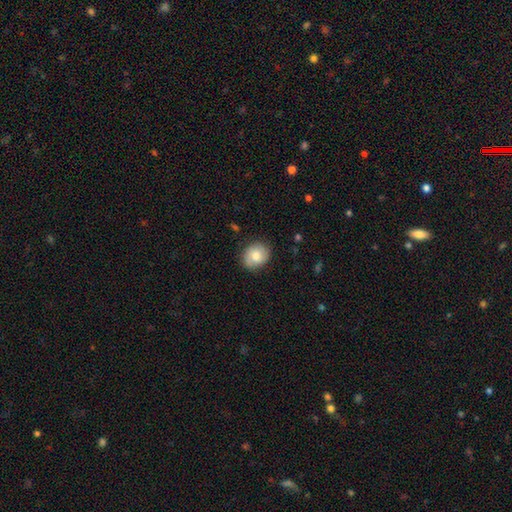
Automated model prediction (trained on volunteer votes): Smooth or featured?
  - smooth: 71% *
  - featured or disk: 22%
  - star or artifact: 7%
How rounded?
  - round: 66% *
  - in between: 33%
  - cigar-shaped: 1%
Merging?
  - none: 80% *
  - minor disturbance: 15%
  - major disturbance: 3%
  - merger: 1%